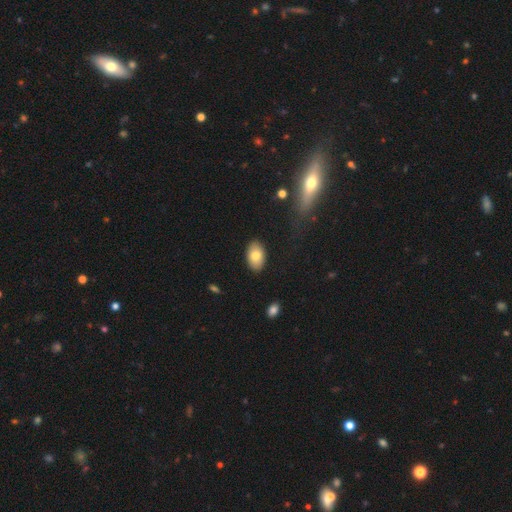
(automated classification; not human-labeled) The model was most divided on "smooth or featured": smooth: 79%, featured or disk: 14%, star or artifact: 7%. More confident: how rounded — in between (92%); merging — none (88%).